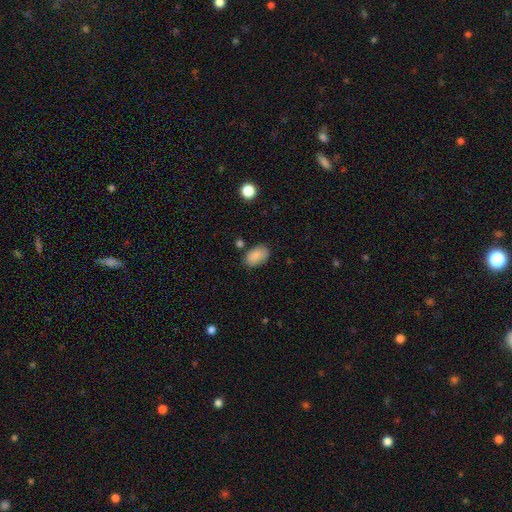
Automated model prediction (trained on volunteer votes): This appears to be a smooth galaxy with no disk features (86%) that is in between round and cigar-shaped (91%). Merging: none (76%).